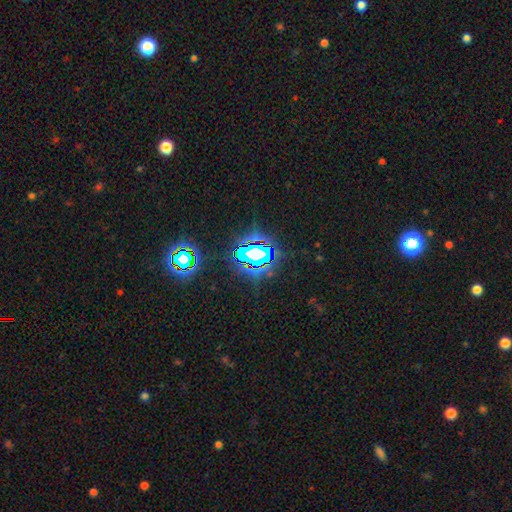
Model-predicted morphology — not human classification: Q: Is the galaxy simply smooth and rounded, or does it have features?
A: star or artifact — 73%.